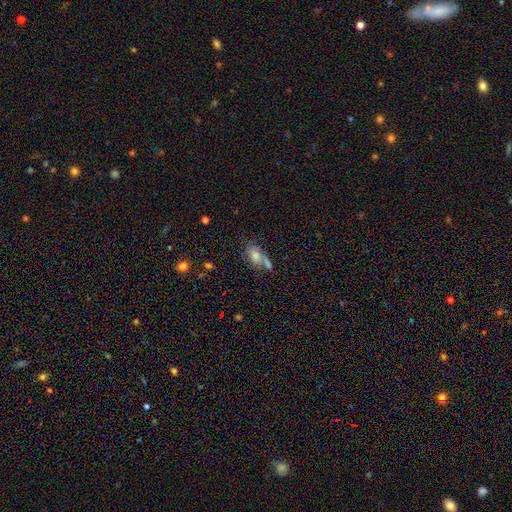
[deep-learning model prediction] Overall: smooth (67%). How rounded: in between (81%). Merging: none (51%; merger 25%).